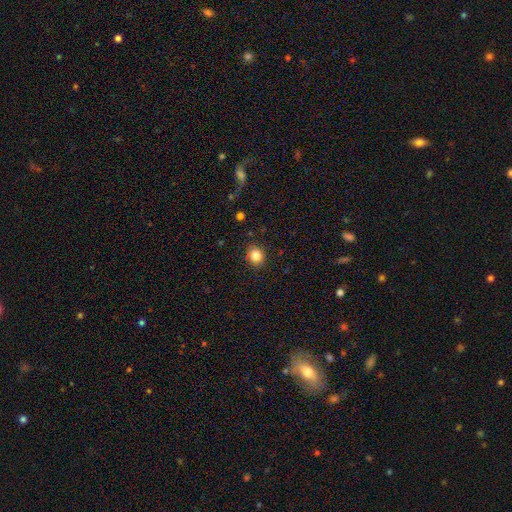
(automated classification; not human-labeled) This is clearly a smooth galaxy (84%). How rounded: likely round (75%). Merging: clearly none (89%).